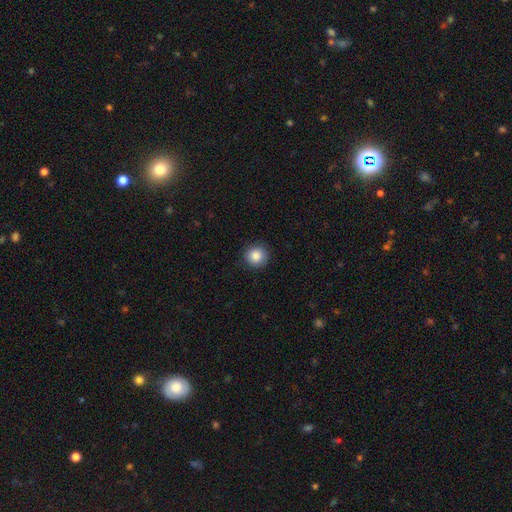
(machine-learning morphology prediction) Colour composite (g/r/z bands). It shows a smooth galaxy with no disk features (86%) that is round (92%). Merging: none (90%).